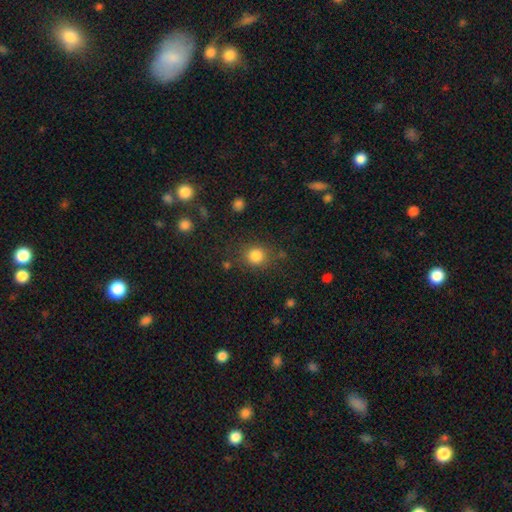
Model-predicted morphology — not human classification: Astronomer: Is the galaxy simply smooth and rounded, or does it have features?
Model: smooth — 83%.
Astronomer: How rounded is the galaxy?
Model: round — 84%.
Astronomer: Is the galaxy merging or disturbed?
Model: none — 80%.